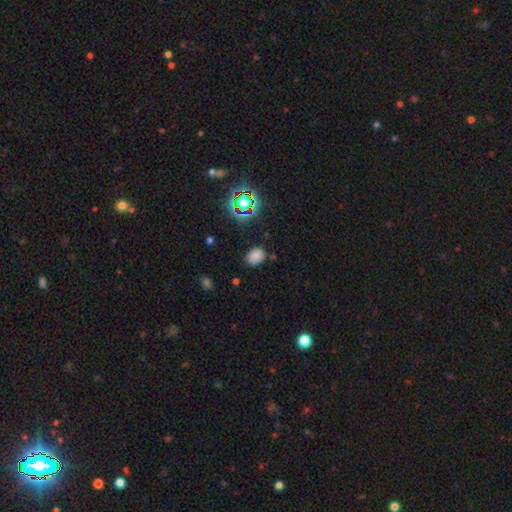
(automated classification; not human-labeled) Q: Smooth or featured?
A: smooth (76%); runner-up: star or artifact (18%)
Q: How rounded?
A: in between (72%); runner-up: round (27%)
Q: Merging?
A: none (81%); runner-up: minor disturbance (13%)